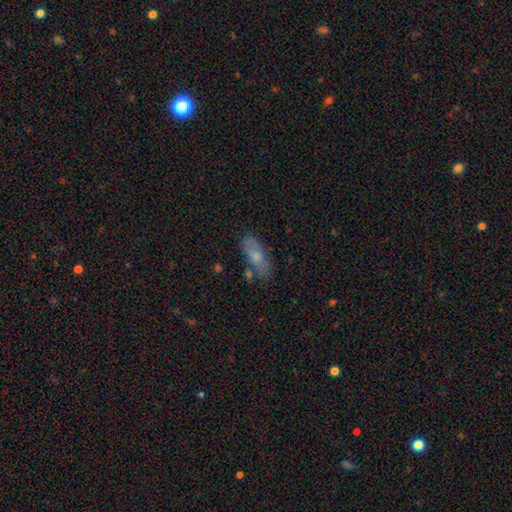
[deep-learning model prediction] Morphology: type=smooth (71%); roundness=in between (71%); merging=none (69%).